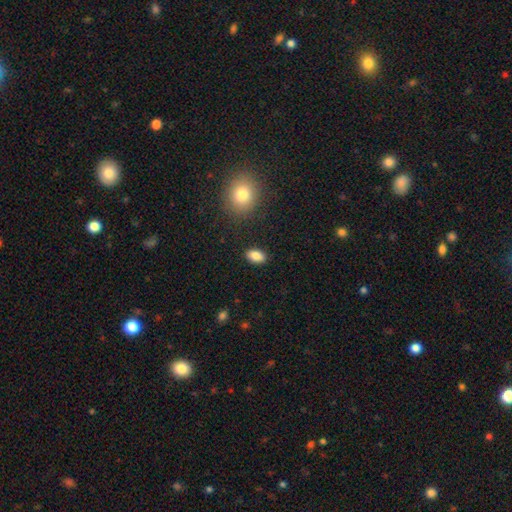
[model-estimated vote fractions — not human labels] smooth-or-featured: smooth: 86% | star or artifact: 8% | featured or disk: 5%
  how-rounded: in between: 90% | round: 8% | cigar-shaped: 2%
  merging: none: 88% | minor disturbance: 8% | major disturbance: 2% | merger: 1%